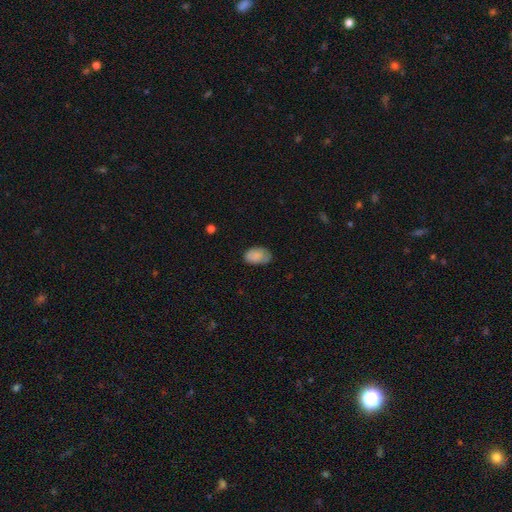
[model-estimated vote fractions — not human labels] Smooth or featured? Predicted: smooth (p=0.82). How rounded? Predicted: in between (p=0.89). Merging? Predicted: none (p=0.68).